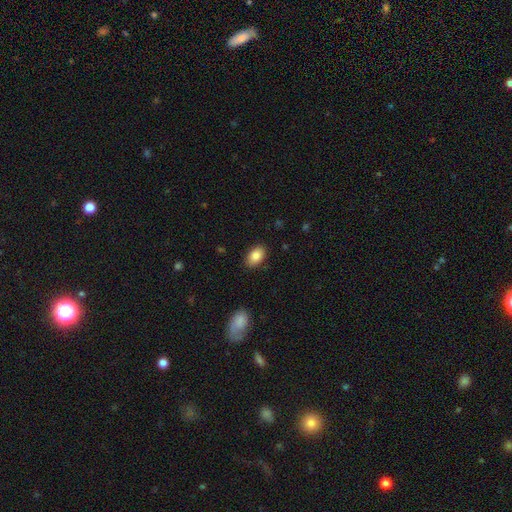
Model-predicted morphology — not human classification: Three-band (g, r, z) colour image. It shows a smooth galaxy with no disk features (85%) that is in between round and cigar-shaped (90%). Merging: none (87%).